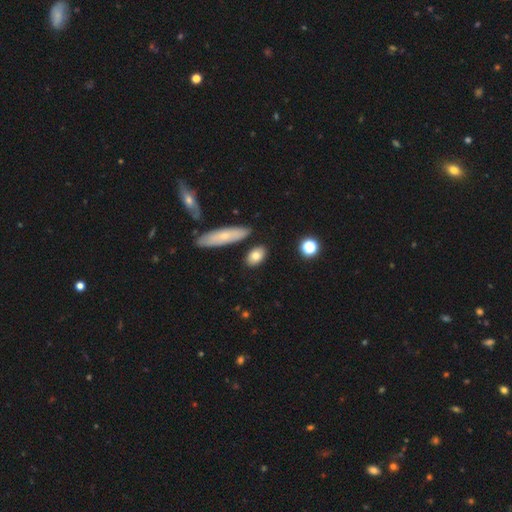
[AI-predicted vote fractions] This is likely a smooth galaxy (78%). How rounded: clearly in between (82%). Merging: clearly none (82%).